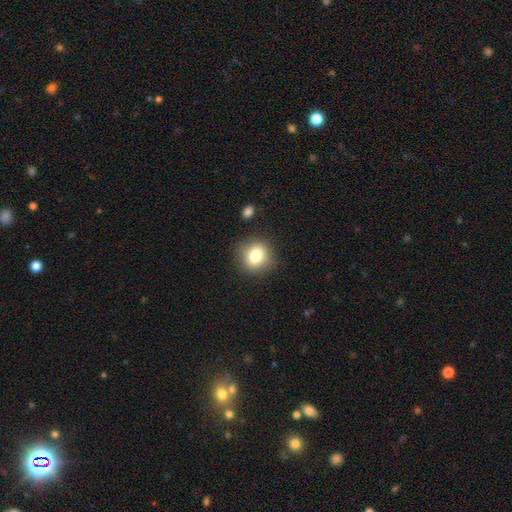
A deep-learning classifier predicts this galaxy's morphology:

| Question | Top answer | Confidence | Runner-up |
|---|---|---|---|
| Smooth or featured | smooth | 81% | star or artifact (10%) |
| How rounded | round | 80% | in between (18%) |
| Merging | none | 86% | minor disturbance (9%) |